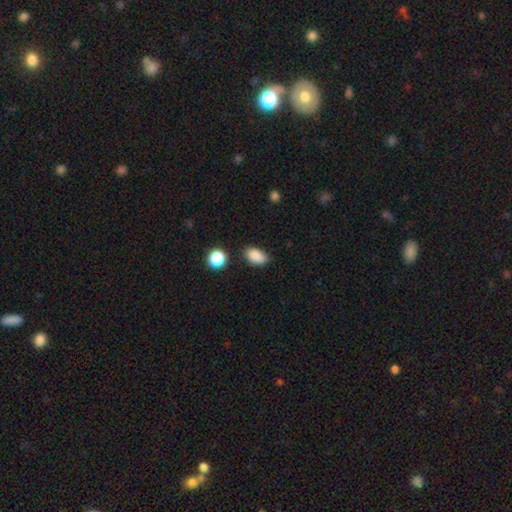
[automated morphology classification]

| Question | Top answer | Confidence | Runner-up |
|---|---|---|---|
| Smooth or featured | smooth | 87% | star or artifact (9%) |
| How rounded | in between | 89% | round (9%) |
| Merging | none | 79% | minor disturbance (15%) |